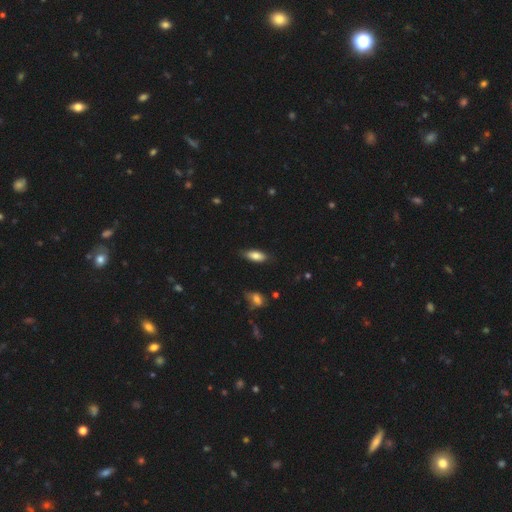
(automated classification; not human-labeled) Q: Smooth or featured?
A: smooth (81%); runner-up: featured or disk (12%)
Q: How rounded?
A: in between (80%); runner-up: cigar-shaped (17%)
Q: Merging?
A: none (78%); runner-up: minor disturbance (18%)